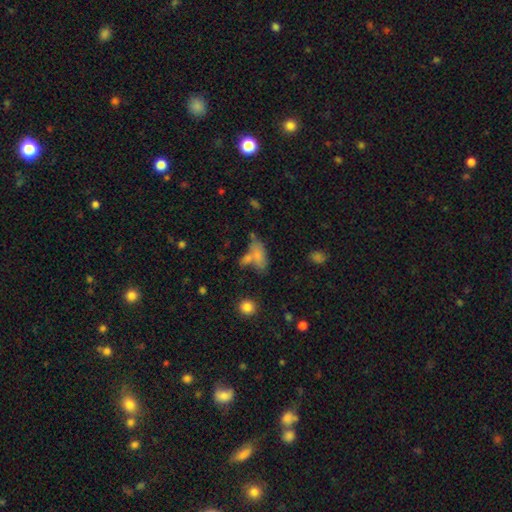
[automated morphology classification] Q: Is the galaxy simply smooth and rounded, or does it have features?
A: smooth — 74%.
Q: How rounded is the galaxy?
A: in between — 79%.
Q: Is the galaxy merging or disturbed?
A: none — 41%.